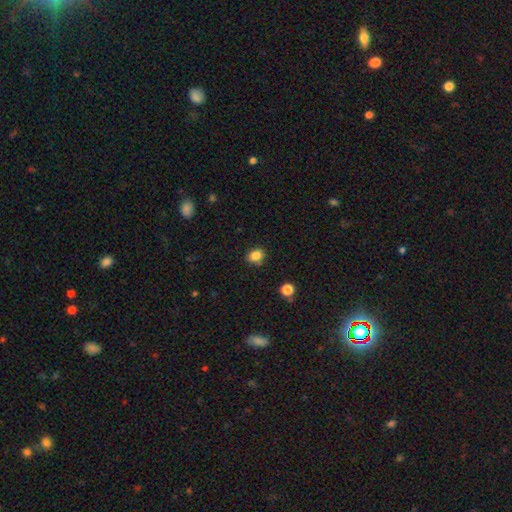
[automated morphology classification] Smooth or featured?
  - smooth: 84% *
  - star or artifact: 11%
  - featured or disk: 5%
How rounded?
  - round: 54% *
  - in between: 45%
  - cigar-shaped: 1%
Merging?
  - none: 81% *
  - minor disturbance: 13%
  - merger: 3%
  - major disturbance: 3%